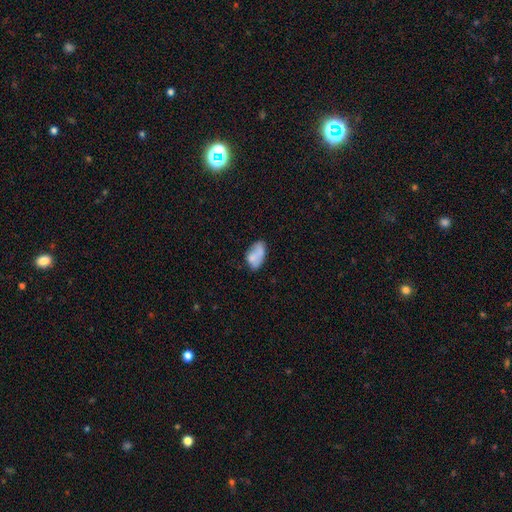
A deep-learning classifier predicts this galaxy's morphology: A smooth galaxy with no disk features (71%) that is in between round and cigar-shaped (92%).

Vote fractions:
- Smooth or featured? smooth: 71% / featured or disk: 20% / star or artifact: 8%
- How rounded? in between: 92% / round: 5% / cigar-shaped: 2%
- Merging? none: 46% / minor disturbance: 30% / merger: 12% / major disturbance: 12%